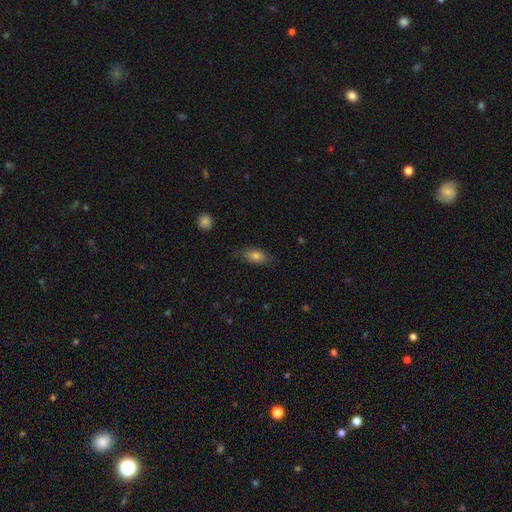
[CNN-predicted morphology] Smooth or featured? Predicted: smooth (p=0.81). How rounded? Predicted: in between (p=0.85). Merging? Predicted: none (p=0.77).